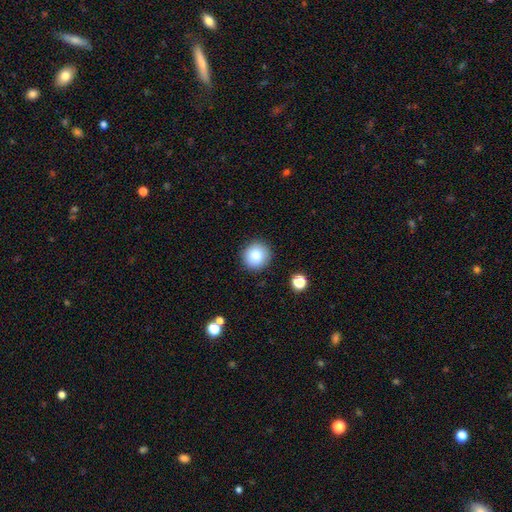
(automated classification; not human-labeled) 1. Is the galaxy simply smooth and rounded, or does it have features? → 83% smooth, 10% star or artifact, 7% featured or disk.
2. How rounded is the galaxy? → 93% round, 6% in between, 1% cigar-shaped.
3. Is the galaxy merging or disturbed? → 90% none, 6% minor disturbance, 2% major disturbance, 2% merger.